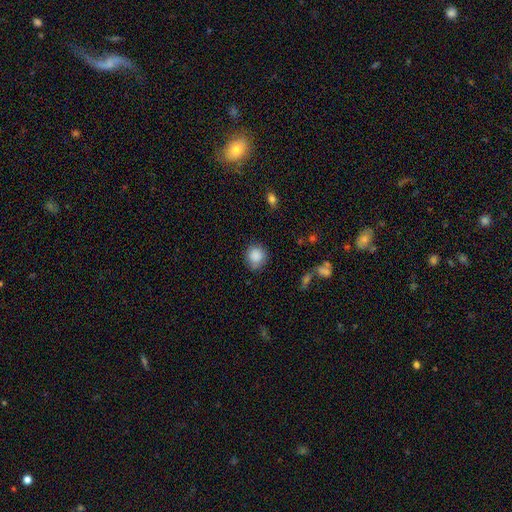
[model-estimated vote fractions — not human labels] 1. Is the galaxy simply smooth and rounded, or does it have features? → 86% smooth, 9% star or artifact, 5% featured or disk.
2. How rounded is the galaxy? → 86% round, 13% in between, 1% cigar-shaped.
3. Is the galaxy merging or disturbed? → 75% none, 18% minor disturbance, 5% major disturbance, 2% merger.